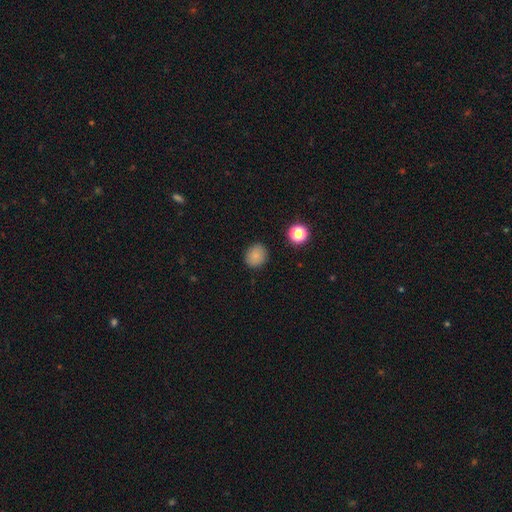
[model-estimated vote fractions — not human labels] Smooth or featured? smooth (82%)
How rounded? round (78%)
Merging? none (88%)